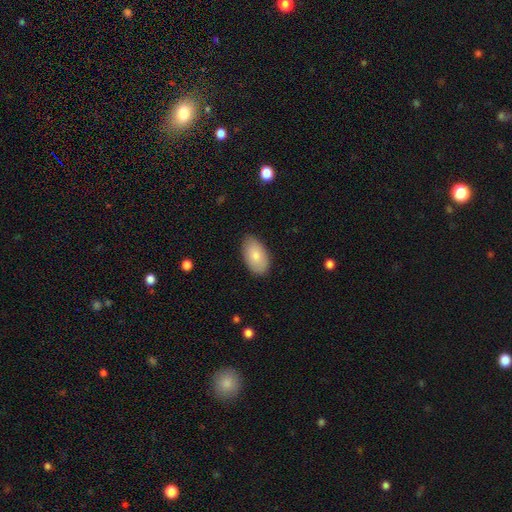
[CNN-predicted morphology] smooth_or_featured: smooth (p=0.81) [alt: featured or disk p=0.13]
how_rounded: in between (p=0.94) [alt: round p=0.04]
merging: none (p=0.84) [alt: minor disturbance p=0.13]